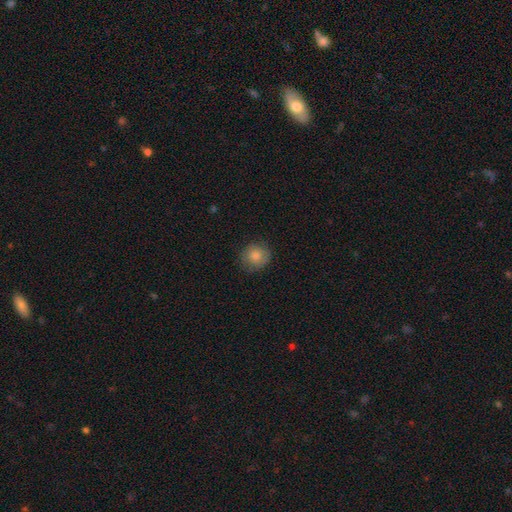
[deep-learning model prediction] Morphology: type=smooth (82%); roundness=round (87%); merging=none (81%).